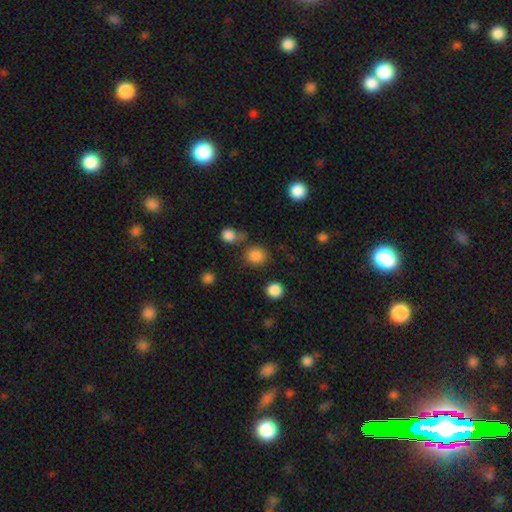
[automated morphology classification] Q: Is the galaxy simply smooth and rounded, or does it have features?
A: smooth — 84%.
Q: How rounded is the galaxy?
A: round — 82%.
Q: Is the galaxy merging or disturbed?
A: none — 71%.